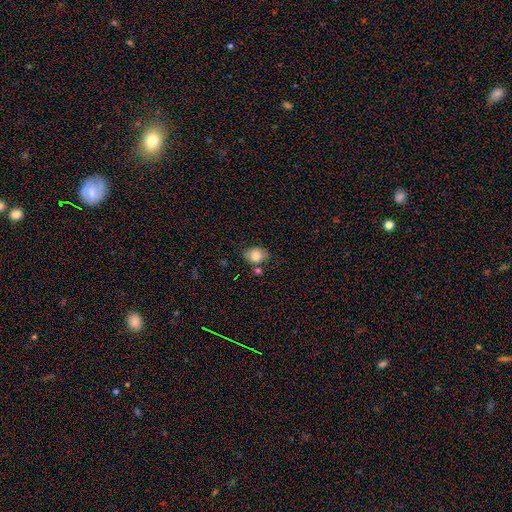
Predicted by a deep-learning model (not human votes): Q: Smooth or featured?
A: smooth (80%); runner-up: featured or disk (10%)
Q: How rounded?
A: in between (53%); runner-up: round (46%)
Q: Merging?
A: none (68%); runner-up: minor disturbance (17%)